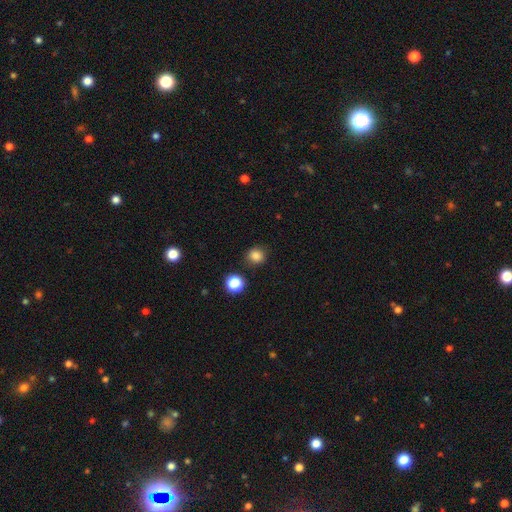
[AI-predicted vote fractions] The model was most divided on "smooth or featured": smooth: 83%, star or artifact: 13%, featured or disk: 4%. More confident: merging — none (87%); how rounded — round (86%).